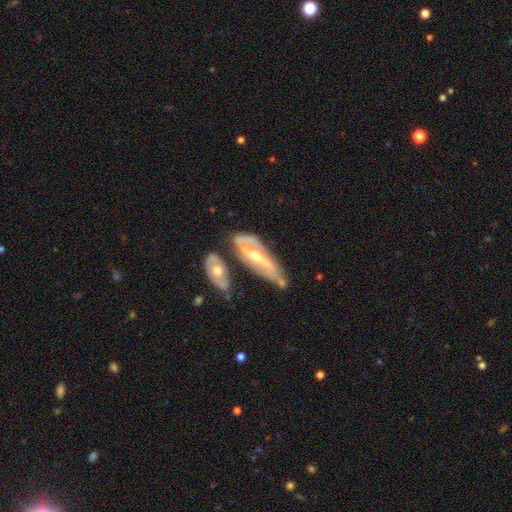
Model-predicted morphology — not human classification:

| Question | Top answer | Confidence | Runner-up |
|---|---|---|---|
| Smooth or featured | featured or disk | 74% | smooth (20%) |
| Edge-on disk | no | 77% | yes (23%) |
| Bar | weak | 37% | no (33%) |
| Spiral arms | yes | 71% | no (29%) |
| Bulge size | moderate | 58% | small (37%) |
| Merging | none | 42% | minor disturbance (25%) |